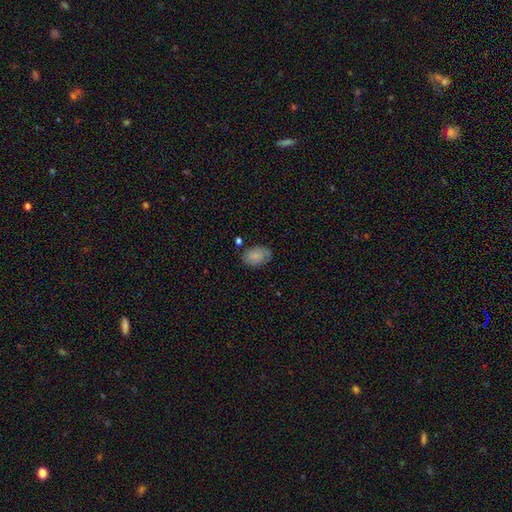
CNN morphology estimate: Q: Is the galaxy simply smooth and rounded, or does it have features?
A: smooth — 82%.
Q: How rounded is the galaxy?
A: in between — 86%.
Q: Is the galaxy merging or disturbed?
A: none — 70%.